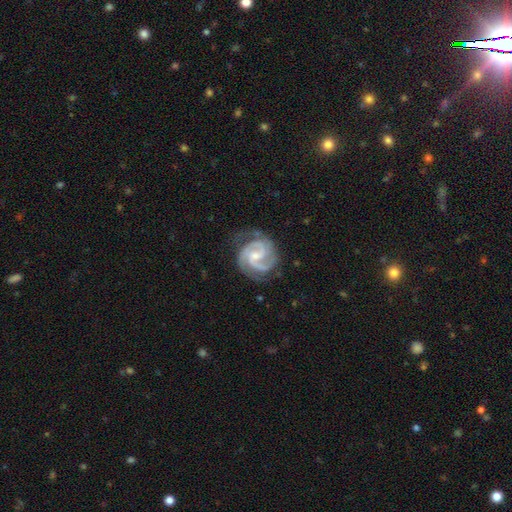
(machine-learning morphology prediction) A featured or disk galaxy (92%) with a weak bar (51%), 2 (53%) medium (49%) spiral arms (98%) and a small central bulge (52%). Merging: none (71%).